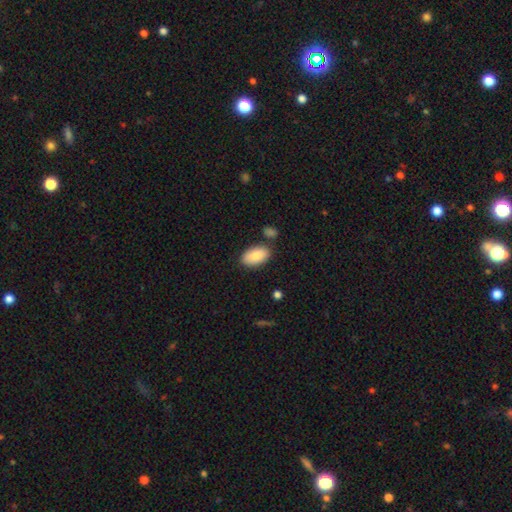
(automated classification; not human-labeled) The model was most divided on "merging": none: 79%, minor disturbance: 12%, merger: 6%, major disturbance: 3%. More confident: how rounded — in between (94%); smooth or featured — smooth (84%).